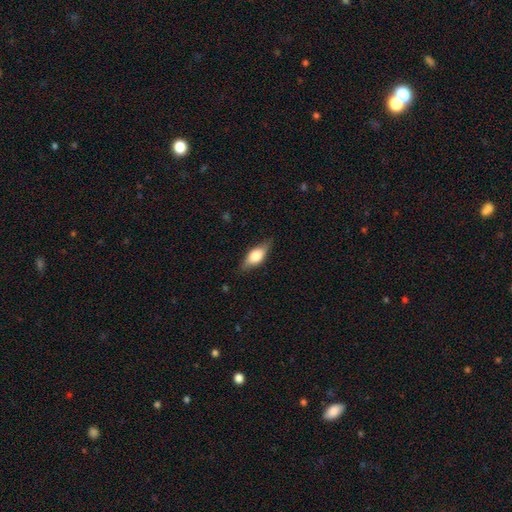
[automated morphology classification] Smooth or featured?
  - smooth: 62% *
  - featured or disk: 31%
  - star or artifact: 7%
How rounded?
  - in between: 78% *
  - cigar-shaped: 18%
  - round: 5%
Merging?
  - none: 78% *
  - minor disturbance: 17%
  - major disturbance: 4%
  - merger: 1%